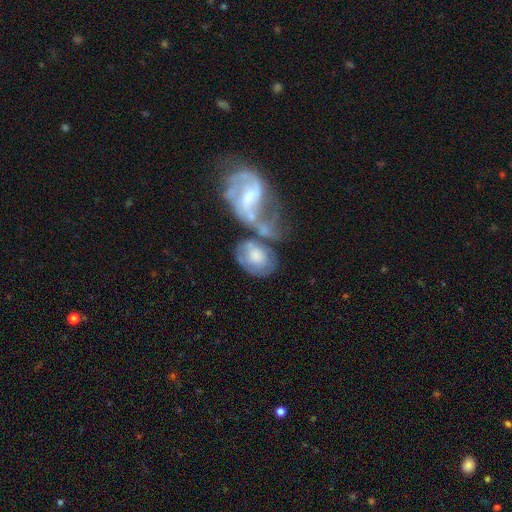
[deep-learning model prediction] A smooth galaxy with no disk features (48%).

Vote fractions:
- Smooth or featured? smooth: 48% / featured or disk: 45% / star or artifact: 7%
- Merging? merger: 48% / none: 25% / minor disturbance: 14% / major disturbance: 13%